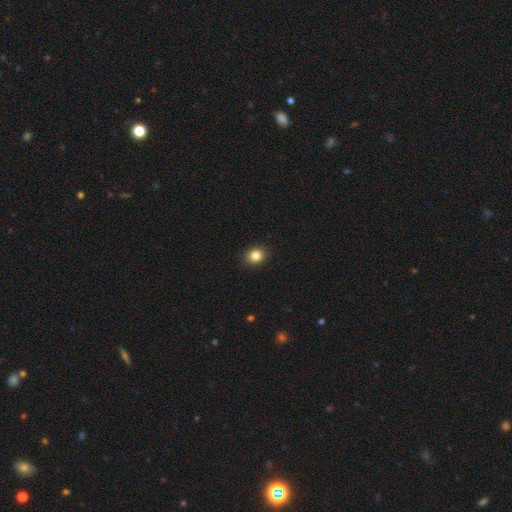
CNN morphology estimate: Smooth or featured: smooth — 84% (star or artifact — 11%)
How rounded: round — 63% (in between — 36%)
Merging: none — 90% (minor disturbance — 7%)